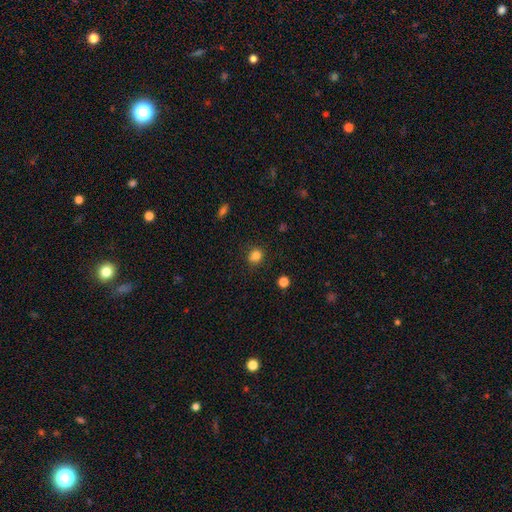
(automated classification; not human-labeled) This appears to be a smooth galaxy with no disk features (82%) that is round (77%). Merging: none (81%).